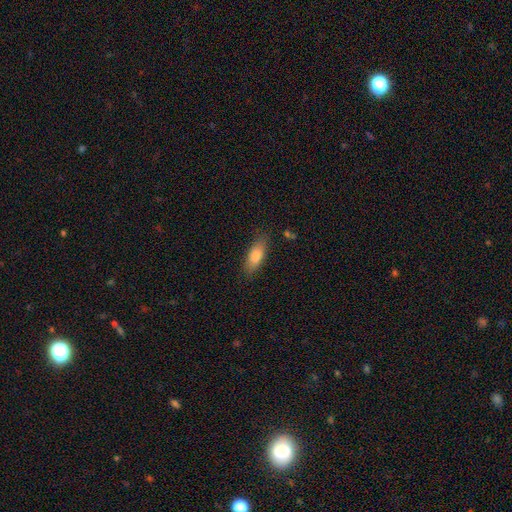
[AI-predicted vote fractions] smooth_or_featured: smooth (p=0.79) [alt: featured or disk p=0.14]
how_rounded: in between (p=0.67) [alt: cigar-shaped p=0.30]
merging: none (p=0.81) [alt: minor disturbance p=0.14]